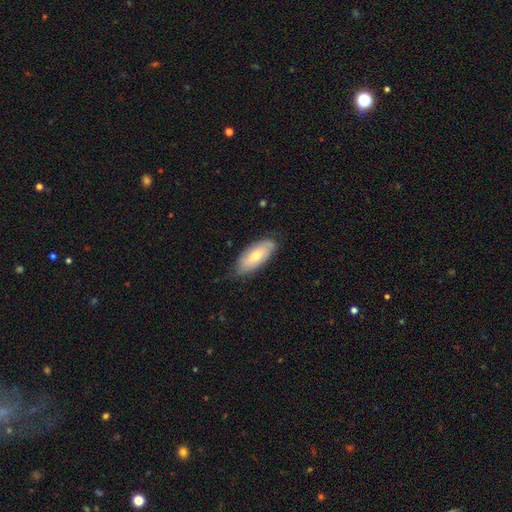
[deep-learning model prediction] This is possibly a smooth galaxy (59%). How rounded: clearly in between (84%). Merging: likely none (74%).